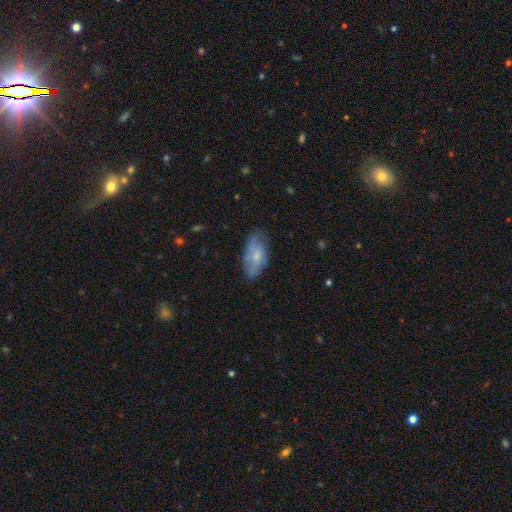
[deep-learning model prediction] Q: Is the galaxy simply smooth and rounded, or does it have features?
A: smooth — 60%.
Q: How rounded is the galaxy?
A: in between — 92%.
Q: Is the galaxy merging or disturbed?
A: none — 56%.